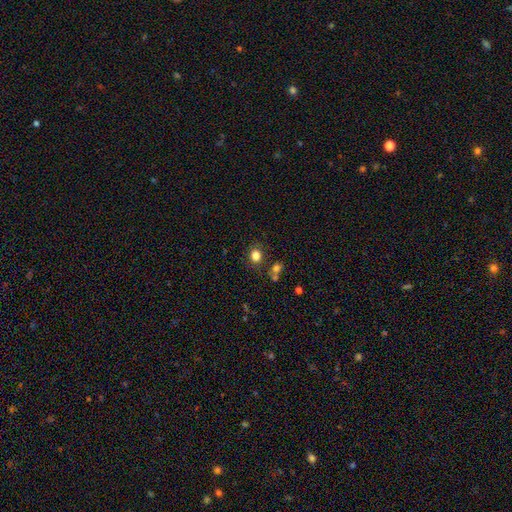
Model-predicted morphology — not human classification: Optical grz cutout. It shows a smooth galaxy with no disk features (82%) that is round (69%). Merging: none (79%).